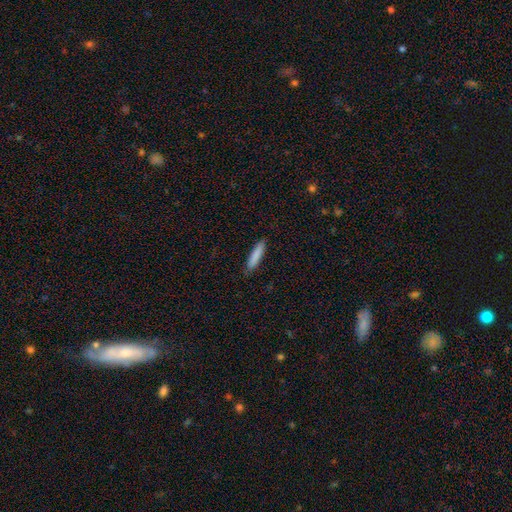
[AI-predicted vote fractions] Smooth or featured: smooth — 86% (featured or disk — 8%)
How rounded: cigar-shaped — 82% (in between — 17%)
Merging: none — 87% (minor disturbance — 10%)